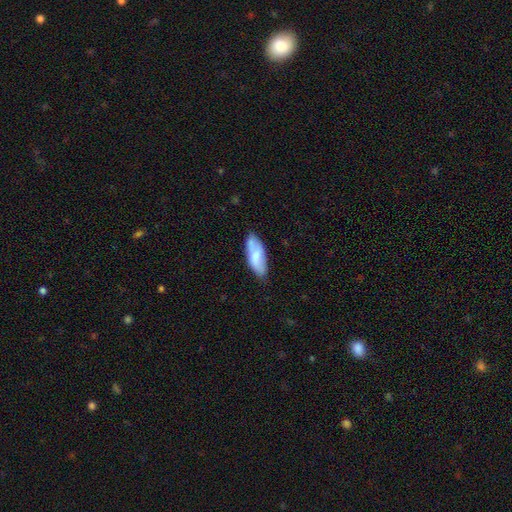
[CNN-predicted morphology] This appears to be a smooth galaxy with no disk features (72%) that is in between round and cigar-shaped (84%). Merging: none (68%).